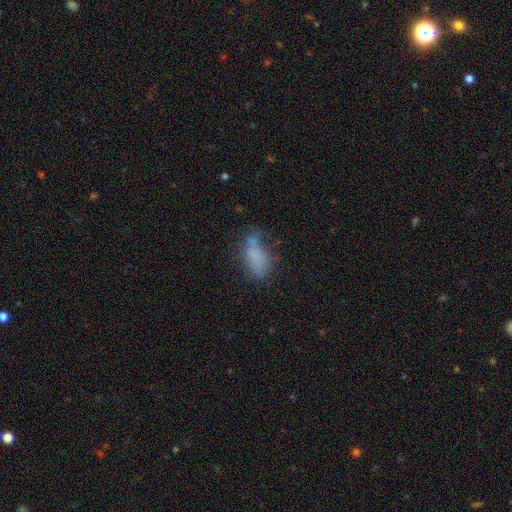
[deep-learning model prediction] smooth-or-featured: smooth: 63% | featured or disk: 24% | star or artifact: 13%
  how-rounded: in between: 82% | cigar-shaped: 13% | round: 5%
  merging: none: 42% | minor disturbance: 27% | major disturbance: 21% | merger: 10%